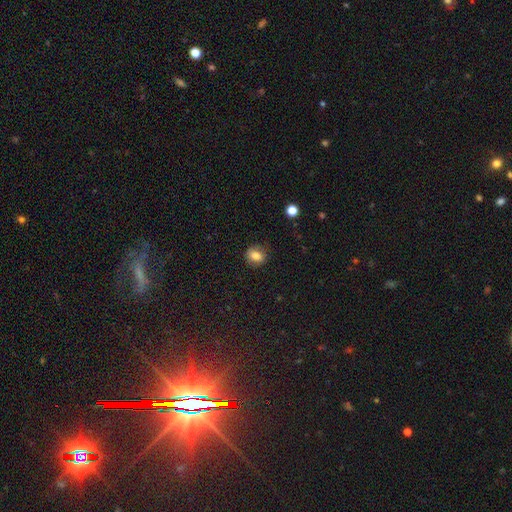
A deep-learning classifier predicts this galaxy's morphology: This appears to be a smooth galaxy with no disk features (79%) that is round (55%). Merging: none (81%).